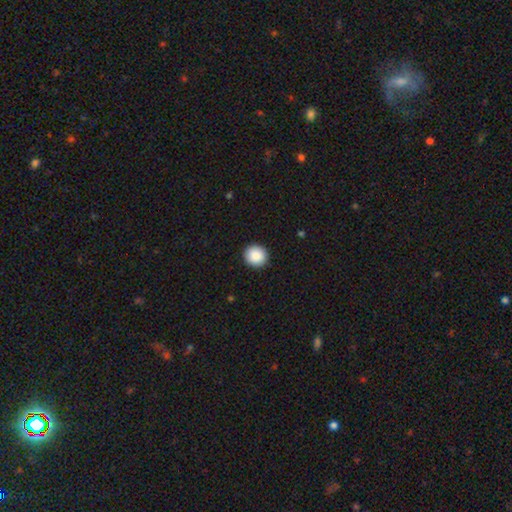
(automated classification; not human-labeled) Smooth or featured? Predicted: smooth (p=0.89). How rounded? Predicted: round (p=0.91). Merging? Predicted: none (p=0.93).